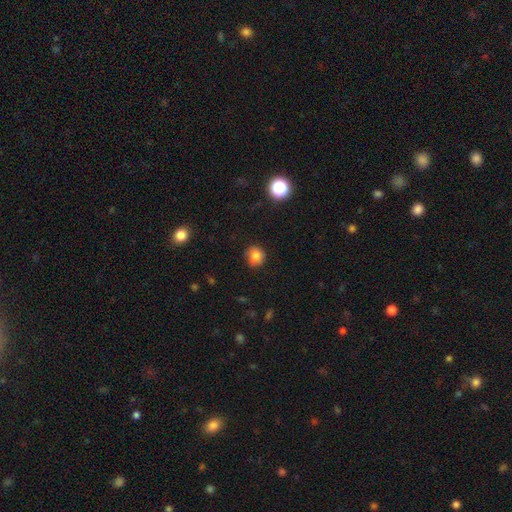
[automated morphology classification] smooth 81%, star or artifact 12%, featured or disk 7%. Down the decision tree: how rounded — round (87%); merging — none (84%).